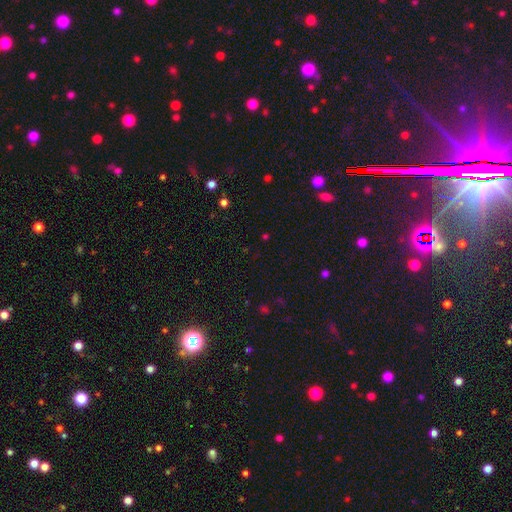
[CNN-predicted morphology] This is likely a star or artifact rather than a galaxy (63%).